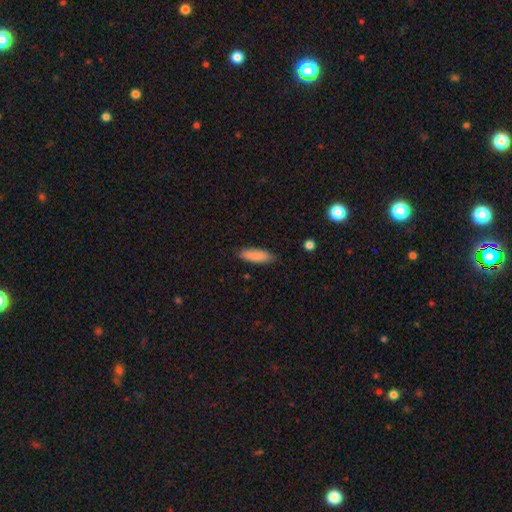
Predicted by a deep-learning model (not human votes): Overall: smooth (87%). How rounded: in between (56%; cigar-shaped 42%). Merging: none (85%).